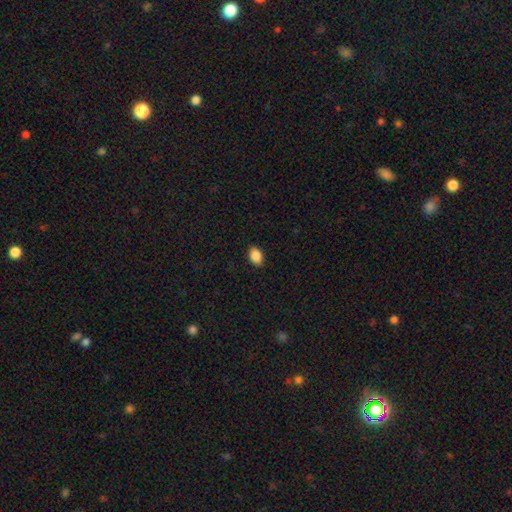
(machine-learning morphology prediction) Overall: smooth (89%). How rounded: in between (85%). Merging: none (90%).